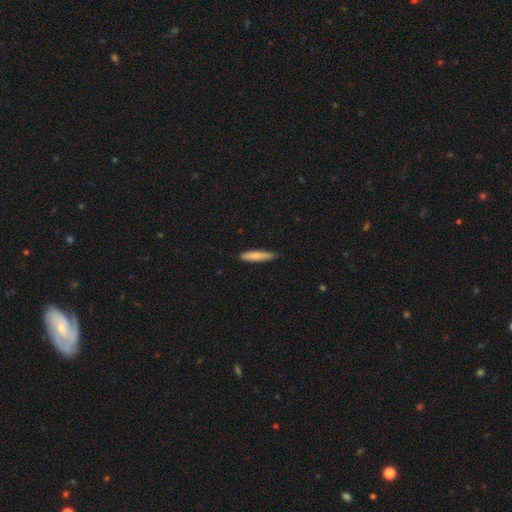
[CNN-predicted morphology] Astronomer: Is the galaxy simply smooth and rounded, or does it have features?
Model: smooth — 81%.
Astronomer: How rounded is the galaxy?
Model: cigar-shaped — 88%.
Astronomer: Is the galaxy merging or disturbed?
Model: none — 87%.